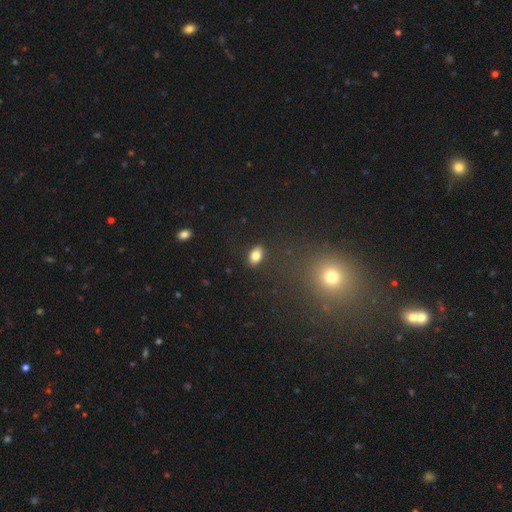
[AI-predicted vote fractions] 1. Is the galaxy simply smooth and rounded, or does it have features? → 82% smooth, 10% star or artifact, 9% featured or disk.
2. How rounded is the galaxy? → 87% in between, 12% round, 2% cigar-shaped.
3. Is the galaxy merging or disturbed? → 87% none, 9% minor disturbance, 2% major disturbance, 2% merger.